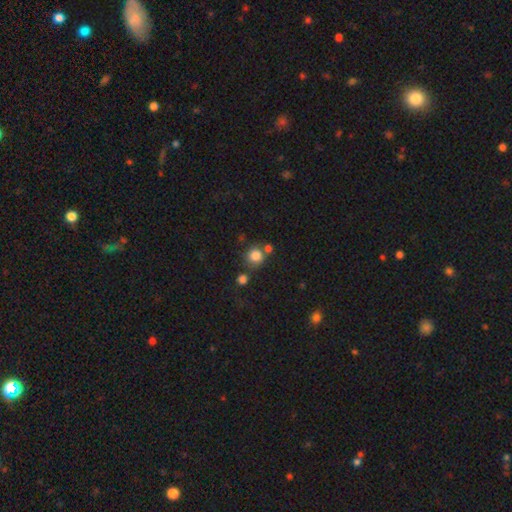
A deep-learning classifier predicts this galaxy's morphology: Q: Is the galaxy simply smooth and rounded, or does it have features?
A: smooth — 82%.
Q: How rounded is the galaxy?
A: round — 89%.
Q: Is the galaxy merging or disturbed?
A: none — 65%.